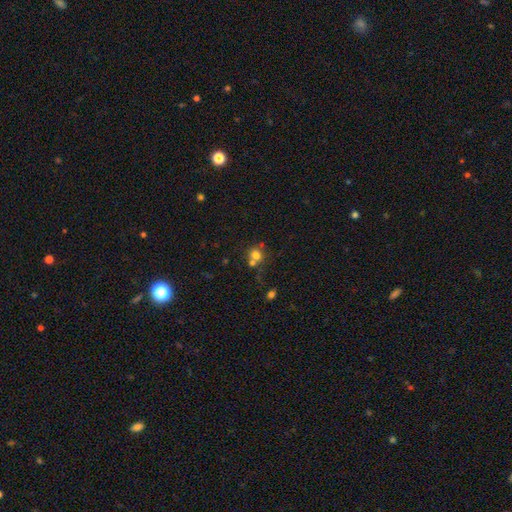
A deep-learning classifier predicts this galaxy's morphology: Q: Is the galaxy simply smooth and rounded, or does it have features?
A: smooth — 72%.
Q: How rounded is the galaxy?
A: round — 83%.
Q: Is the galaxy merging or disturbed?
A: none — 48%.